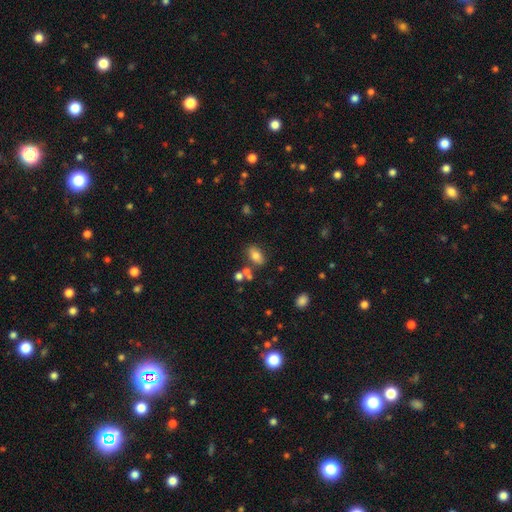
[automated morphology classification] type=smooth (77%); roundness=in between (86%); merging=none (70%).